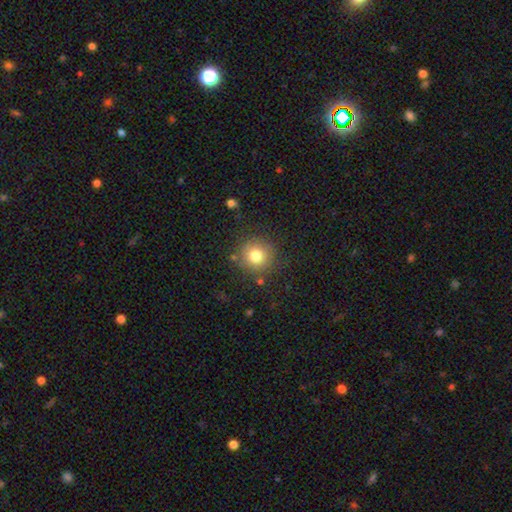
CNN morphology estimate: Smooth or featured?
  - smooth: 78% *
  - star or artifact: 12%
  - featured or disk: 10%
How rounded?
  - round: 93% *
  - in between: 6%
  - cigar-shaped: 1%
Merging?
  - none: 84% *
  - minor disturbance: 10%
  - major disturbance: 4%
  - merger: 3%